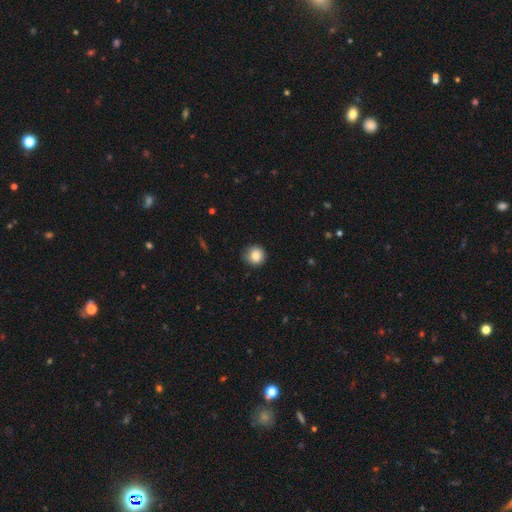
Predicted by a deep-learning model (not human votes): Overall: smooth (86%). How rounded: round (91%). Merging: none (82%).